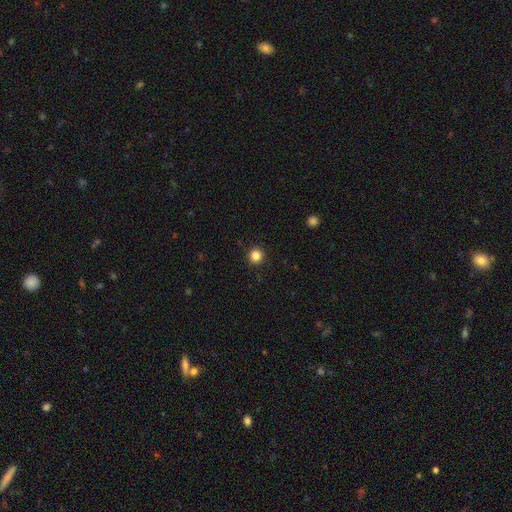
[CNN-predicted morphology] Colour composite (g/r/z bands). It shows a smooth galaxy with no disk features (85%) that is round (95%). Merging: none (93%).